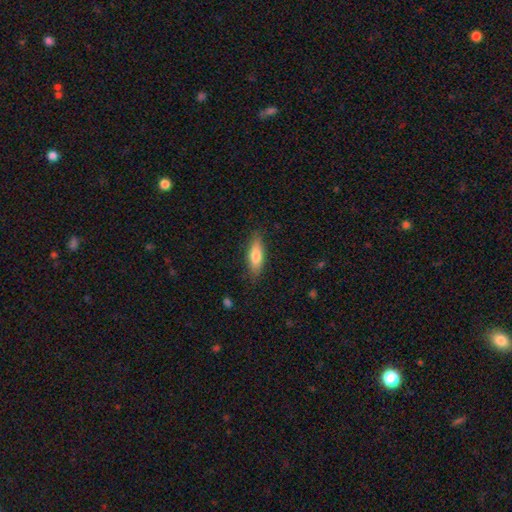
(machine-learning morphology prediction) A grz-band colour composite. It shows a smooth galaxy with no disk features (75%) that is in between round and cigar-shaped (52%). Merging: none (84%).